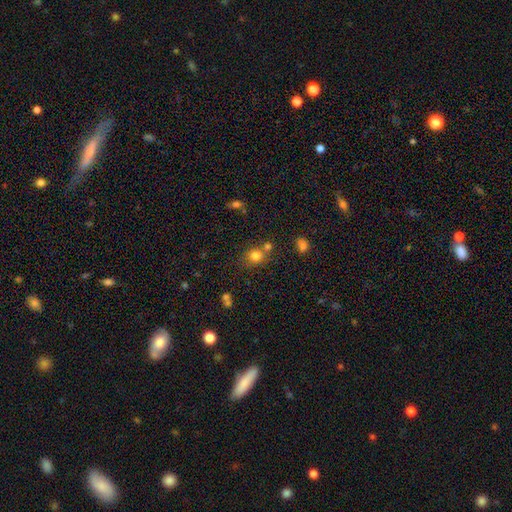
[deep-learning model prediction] Smooth or featured? Predicted: smooth (p=0.78). How rounded? Predicted: round (p=0.81). Merging? Predicted: none (p=0.60).